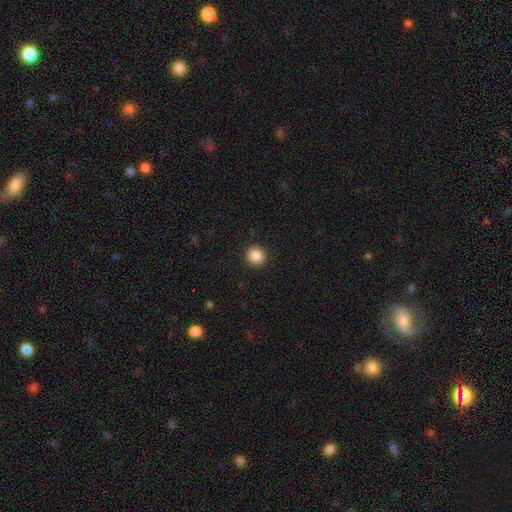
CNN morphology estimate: Smooth or featured? smooth (88%)
How rounded? round (91%)
Merging? none (92%)